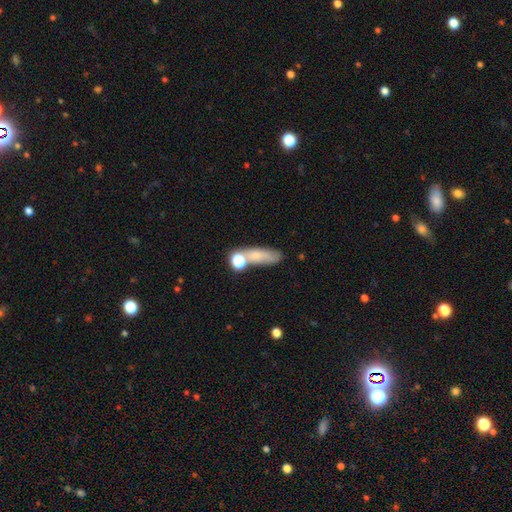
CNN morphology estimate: smooth_or_featured: smooth (p=0.70) [alt: featured or disk p=0.17]
how_rounded: in between (p=0.47) [alt: cigar-shaped p=0.40]
merging: none (p=0.50) [alt: merger p=0.23]